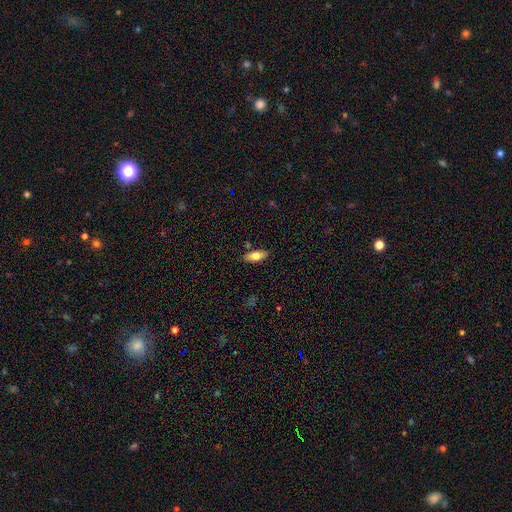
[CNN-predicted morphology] Smooth or featured: smooth — 71% (featured or disk — 22%)
How rounded: in between — 81% (cigar-shaped — 16%)
Merging: none — 83% (minor disturbance — 12%)